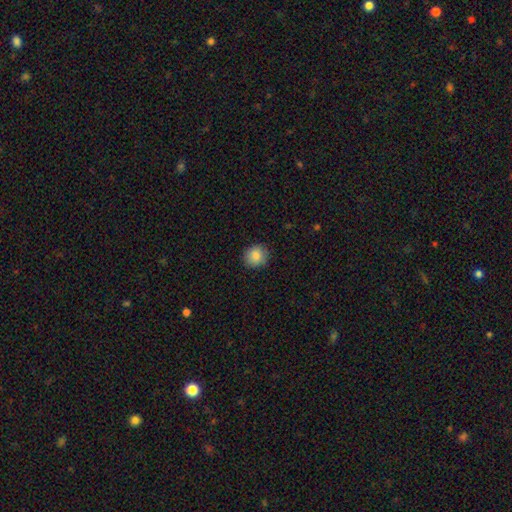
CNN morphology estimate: Smooth or featured: smooth — 86% (star or artifact — 8%)
How rounded: round — 79% (in between — 20%)
Merging: none — 88% (minor disturbance — 9%)